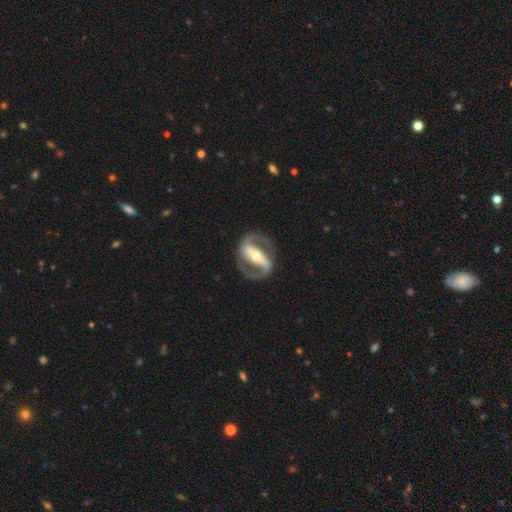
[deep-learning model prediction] featured or disk 90%, smooth 7%, star or artifact 4%. Down the decision tree: edge-on disk — no (94%); bar — strong (77%); spiral arms — yes (92%); spiral arm count — 2 (92%); spiral winding — medium (53%); bulge size — moderate (59%); merging — none (82%).